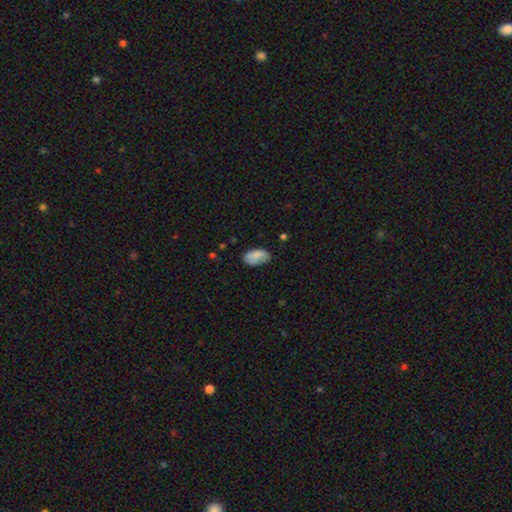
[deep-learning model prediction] A smooth galaxy with no disk features (80%) that is in between round and cigar-shaped (94%).

Vote fractions:
- Smooth or featured? smooth: 80% / featured or disk: 13% / star or artifact: 7%
- How rounded? in between: 94% / round: 4% / cigar-shaped: 2%
- Merging? none: 68% / minor disturbance: 25% / major disturbance: 5% / merger: 2%